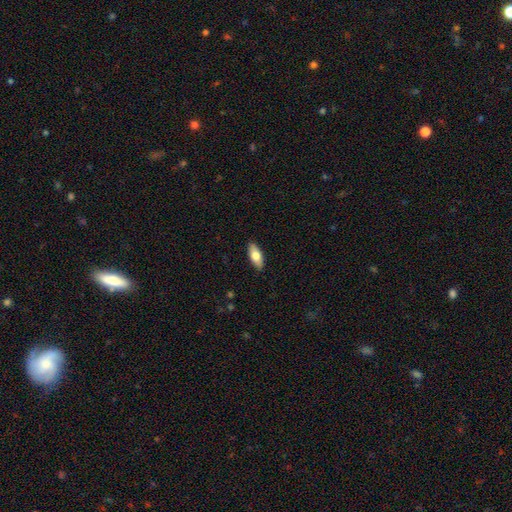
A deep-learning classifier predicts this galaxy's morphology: Smooth or featured? smooth (71%)
How rounded? in between (78%)
Merging? none (89%)